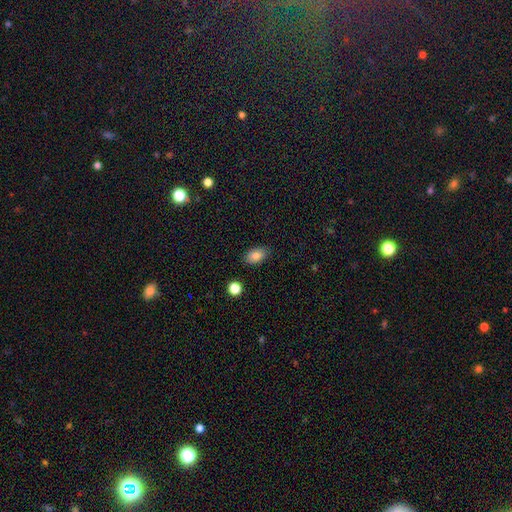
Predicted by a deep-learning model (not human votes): smooth 85%, star or artifact 9%, featured or disk 7%. Down the decision tree: how rounded — in between (89%); merging — none (87%).